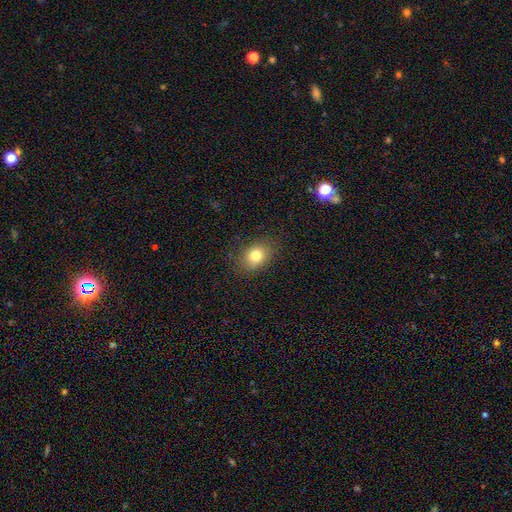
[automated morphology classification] smooth-or-featured: smooth: 78% | star or artifact: 12% | featured or disk: 10%
  how-rounded: in between: 62% | round: 36% | cigar-shaped: 1%
  merging: none: 83% | minor disturbance: 12% | major disturbance: 4% | merger: 1%